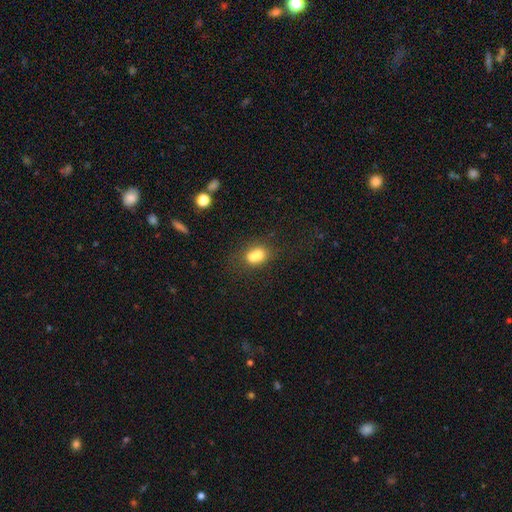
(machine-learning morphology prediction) The model was most divided on "merging": none: 42%, merger: 34%, minor disturbance: 16%, major disturbance: 7%. More confident: smooth or featured — smooth (74%); how rounded — in between (72%).